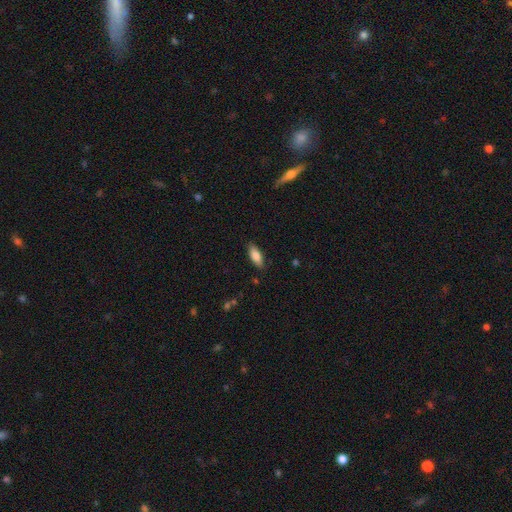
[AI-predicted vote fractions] A smooth galaxy with no disk features (81%) that is in between round and cigar-shaped (75%). Merging: none (86%).